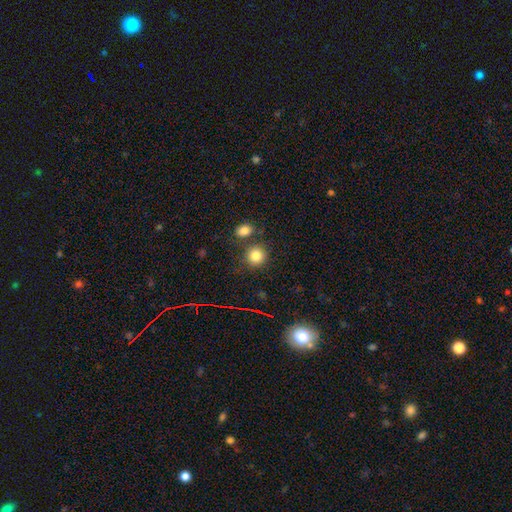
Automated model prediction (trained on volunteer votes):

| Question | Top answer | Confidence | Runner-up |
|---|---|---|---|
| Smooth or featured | smooth | 82% | star or artifact (12%) |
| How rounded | round | 85% | in between (14%) |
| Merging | none | 74% | merger (13%) |